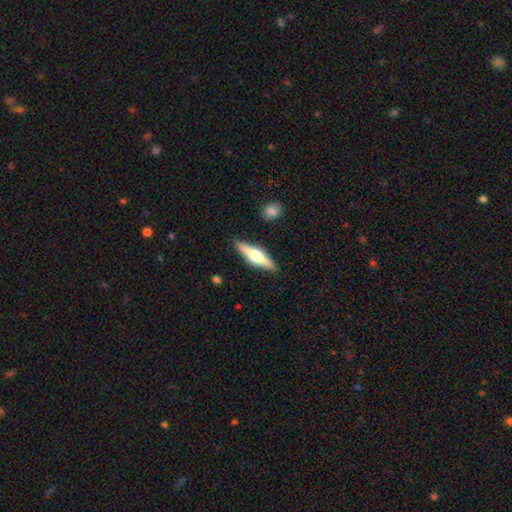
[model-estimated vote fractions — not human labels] Smooth or featured? Predicted: featured or disk (p=0.60). Edge-on disk? Predicted: yes (p=0.96). Edge-on bulge? Predicted: rounded (p=0.94). Merging? Predicted: none (p=0.89).